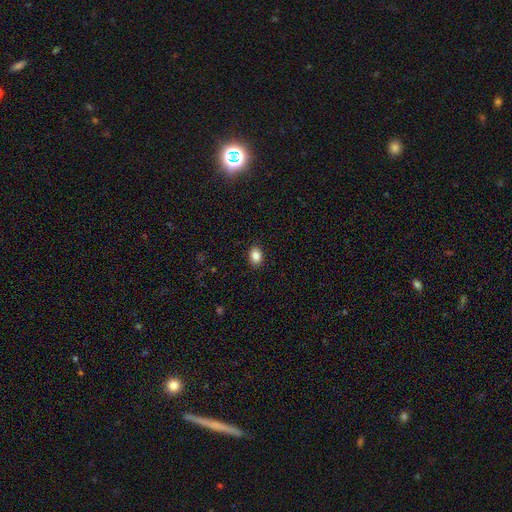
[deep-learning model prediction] This appears to be a smooth galaxy with no disk features (86%) that is in between round and cigar-shaped (74%). Merging: none (89%).